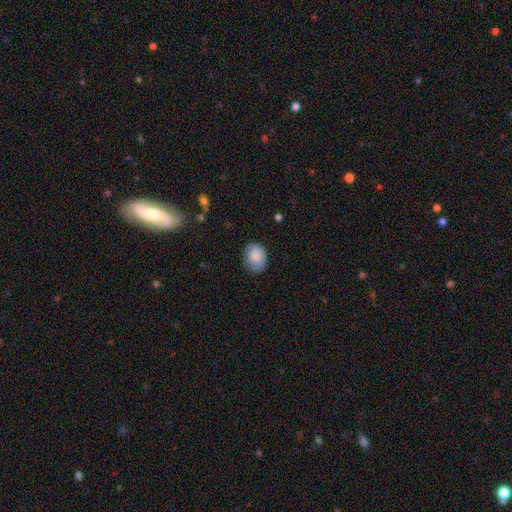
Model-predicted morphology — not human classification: Smooth or featured?
  - smooth: 84% *
  - featured or disk: 9%
  - star or artifact: 7%
How rounded?
  - round: 51% *
  - in between: 48%
  - cigar-shaped: 1%
Merging?
  - none: 66% *
  - minor disturbance: 25%
  - major disturbance: 7%
  - merger: 1%